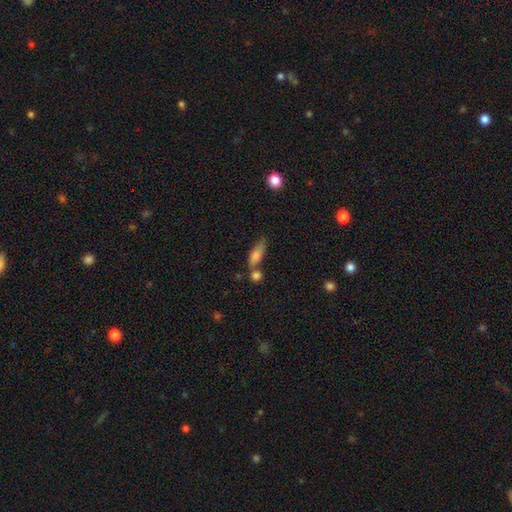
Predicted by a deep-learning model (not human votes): This appears to be a smooth galaxy with no disk features (73%) that is in between round and cigar-shaped (50%). Merging: none (46%).